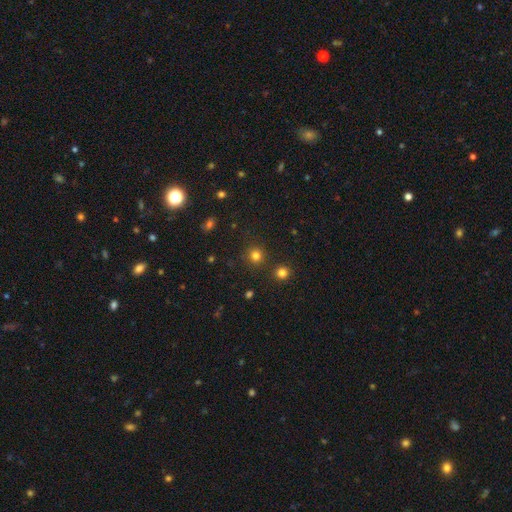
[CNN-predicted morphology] The model was most divided on "smooth or featured": smooth: 78%, star or artifact: 17%, featured or disk: 5%. More confident: how rounded — round (92%); merging — none (87%).